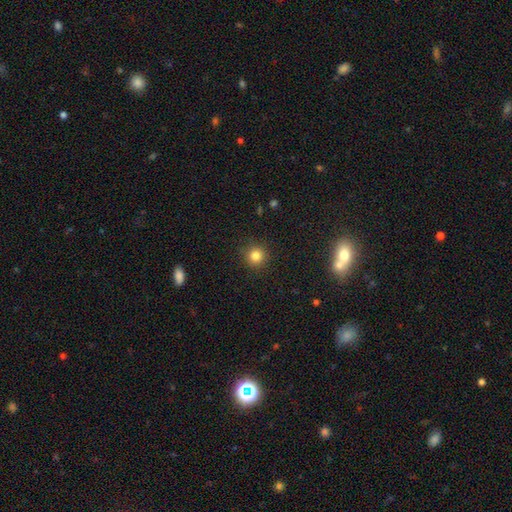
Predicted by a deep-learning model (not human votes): Smooth or featured?
  - smooth: 82% *
  - star or artifact: 13%
  - featured or disk: 5%
How rounded?
  - round: 94% *
  - in between: 5%
  - cigar-shaped: 1%
Merging?
  - none: 91% *
  - minor disturbance: 6%
  - major disturbance: 2%
  - merger: 1%